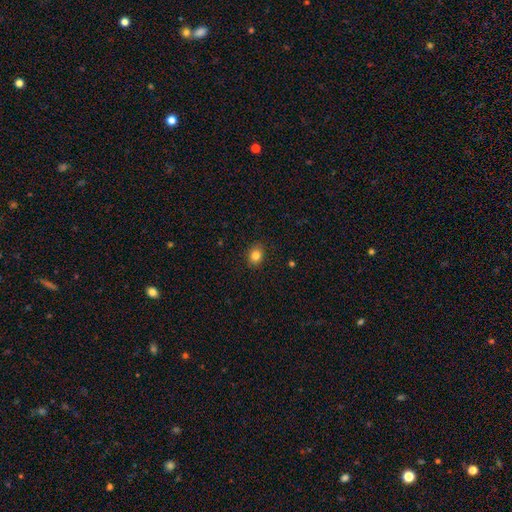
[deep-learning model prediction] A smooth galaxy with no disk features (82%) that is round (61%). Merging: none (89%).